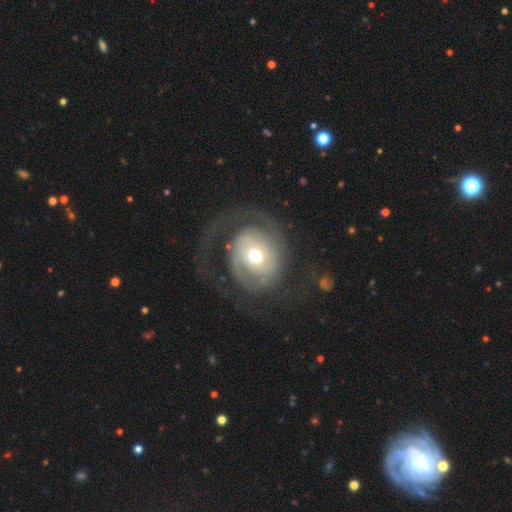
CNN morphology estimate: This appears to be a featured or disk galaxy (80%) with no bar (72%), 2 (50%) tight (45%) spiral arms (89%) and a moderate central bulge (64%). Merging: none (53%).